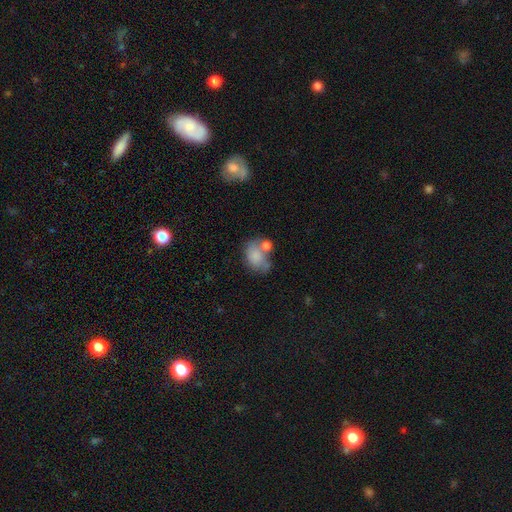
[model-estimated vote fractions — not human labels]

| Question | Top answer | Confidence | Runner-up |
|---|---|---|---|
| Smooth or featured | smooth | 73% | featured or disk (19%) |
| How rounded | in between | 69% | round (30%) |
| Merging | merger | 37% | none (30%) |